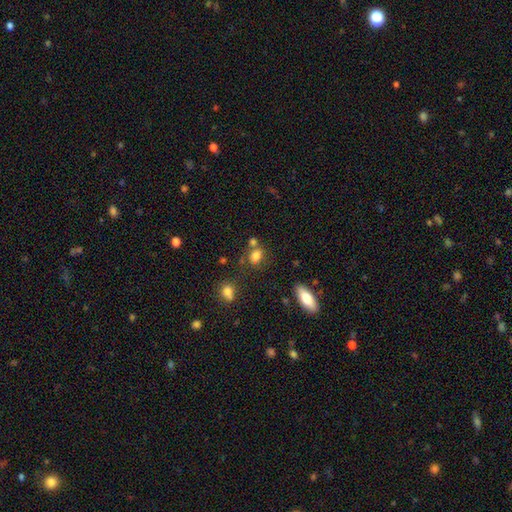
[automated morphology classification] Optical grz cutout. It shows a smooth galaxy with no disk features (78%) that is in between round and cigar-shaped (64%). Merging: none (52%).